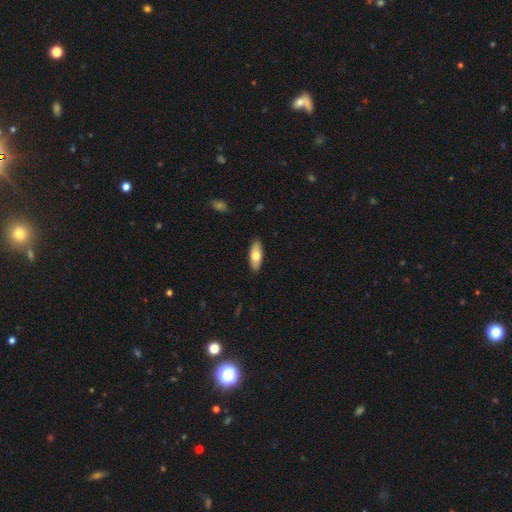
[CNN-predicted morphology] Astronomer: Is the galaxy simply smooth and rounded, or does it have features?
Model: smooth — 70%.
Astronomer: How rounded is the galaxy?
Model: in between — 78%.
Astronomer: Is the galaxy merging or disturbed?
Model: none — 89%.